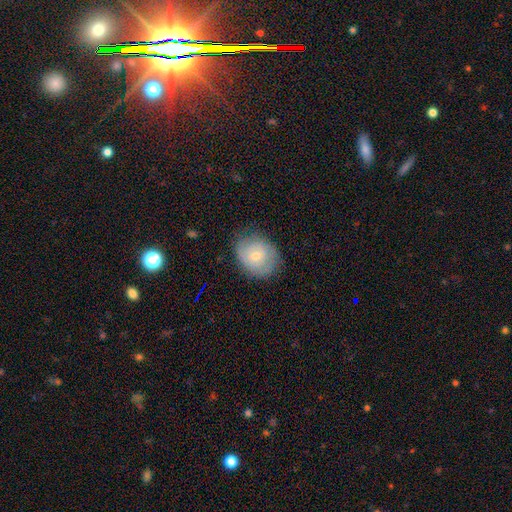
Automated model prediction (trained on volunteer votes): Smooth or featured: smooth — 56% (featured or disk — 37%)
How rounded: round — 58% (in between — 41%)
Merging: none — 73% (minor disturbance — 20%)